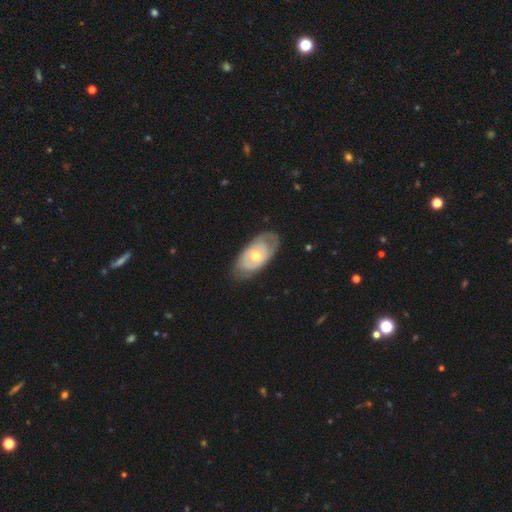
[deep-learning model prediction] Smooth or featured? Predicted: featured or disk (p=0.58). Edge-on disk? Predicted: no (p=0.90). Bar? Predicted: no (p=0.84). Spiral arms? Predicted: no (p=0.54). Bulge size? Predicted: moderate (p=0.62). Merging? Predicted: none (p=0.68).